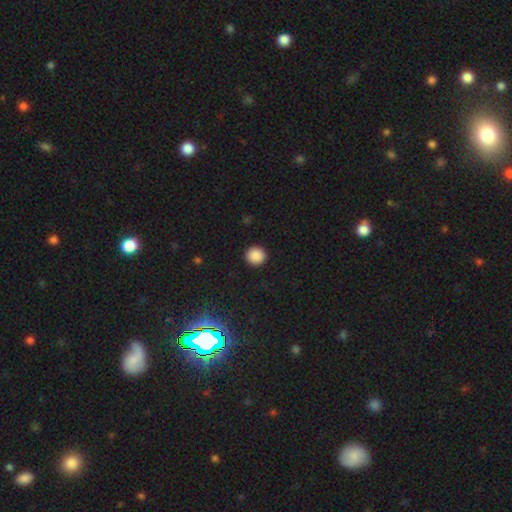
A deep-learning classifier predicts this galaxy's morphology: The model was most divided on "how rounded": round: 88%, in between: 11%, cigar-shaped: 1%. More confident: merging — none (92%); smooth or featured — smooth (88%).